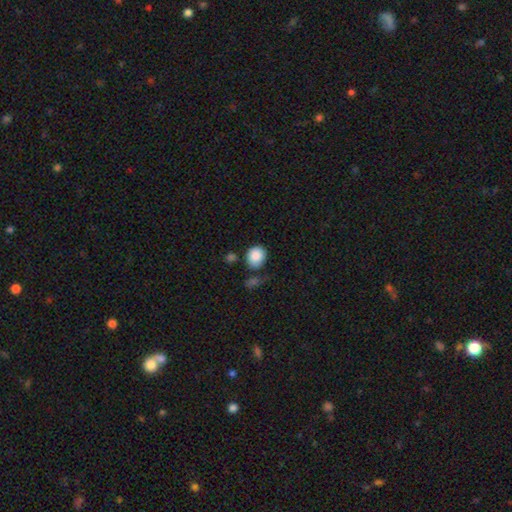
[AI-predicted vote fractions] This appears to be a smooth galaxy with no disk features (87%) that is round (73%). Merging: none (68%).